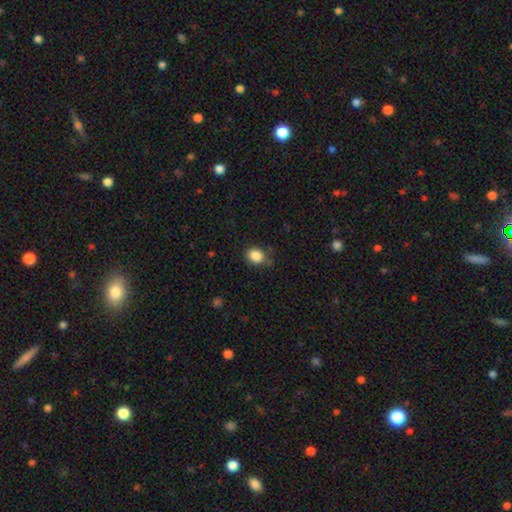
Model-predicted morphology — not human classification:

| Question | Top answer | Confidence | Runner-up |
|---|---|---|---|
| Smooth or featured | smooth | 86% | star or artifact (10%) |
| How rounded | round | 57% | in between (42%) |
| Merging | none | 76% | minor disturbance (17%) |